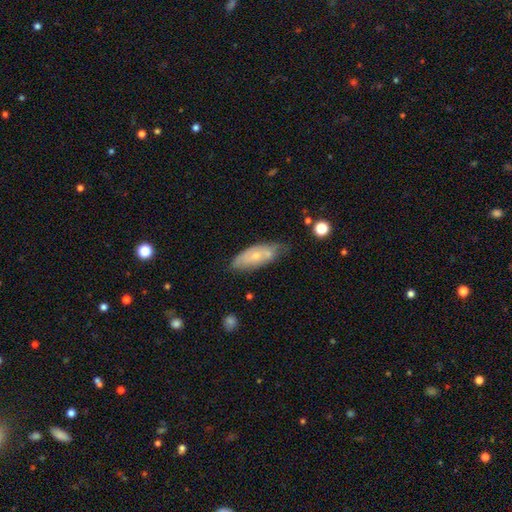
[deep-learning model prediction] Smooth or featured?
  - smooth: 53% *
  - featured or disk: 40%
  - star or artifact: 7%
How rounded?
  - in between: 74% *
  - cigar-shaped: 23%
  - round: 3%
Merging?
  - none: 53% *
  - minor disturbance: 30%
  - merger: 10%
  - major disturbance: 7%